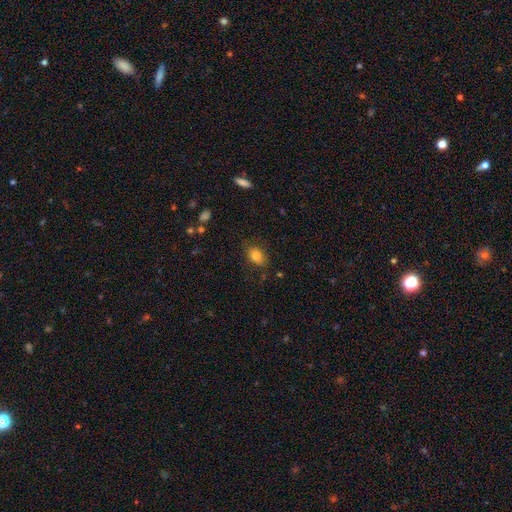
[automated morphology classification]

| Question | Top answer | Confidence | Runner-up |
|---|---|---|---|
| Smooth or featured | smooth | 83% | star or artifact (10%) |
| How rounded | in between | 79% | round (19%) |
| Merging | none | 77% | minor disturbance (16%) |